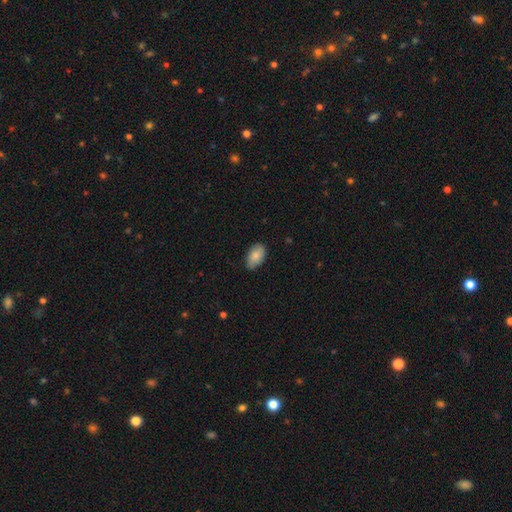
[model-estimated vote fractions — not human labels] The model was most divided on "merging": none: 81%, minor disturbance: 16%, major disturbance: 2%, merger: 1%. More confident: how rounded — in between (93%); smooth or featured — smooth (82%).